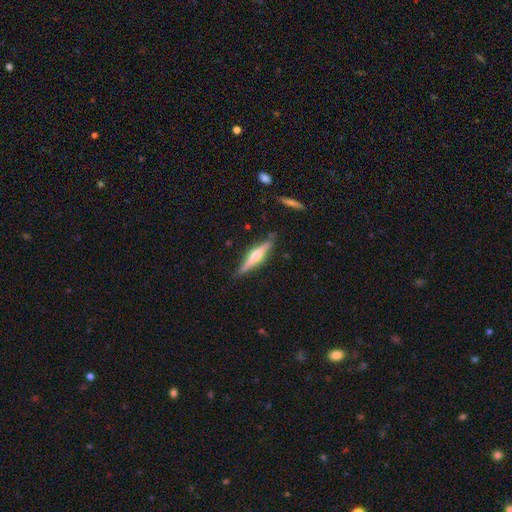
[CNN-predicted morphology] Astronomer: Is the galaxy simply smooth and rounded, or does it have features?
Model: featured or disk — 68%.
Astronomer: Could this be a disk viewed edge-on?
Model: yes — 97%.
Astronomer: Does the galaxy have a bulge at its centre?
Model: rounded — 85%.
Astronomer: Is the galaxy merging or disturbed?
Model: none — 85%.